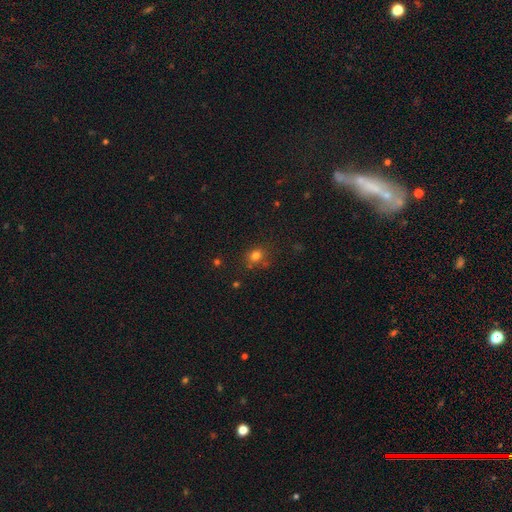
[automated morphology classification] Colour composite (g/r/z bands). It shows a smooth galaxy with no disk features (75%) that is round (66%). Merging: none (72%).